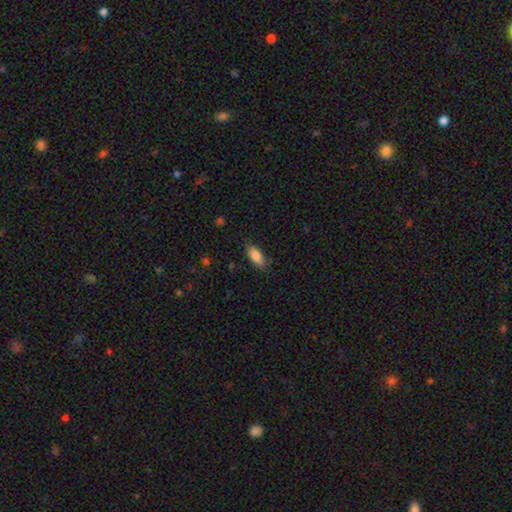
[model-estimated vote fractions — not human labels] Smooth or featured: smooth — 85% (featured or disk — 8%)
How rounded: in between — 82% (cigar-shaped — 16%)
Merging: none — 80% (minor disturbance — 16%)